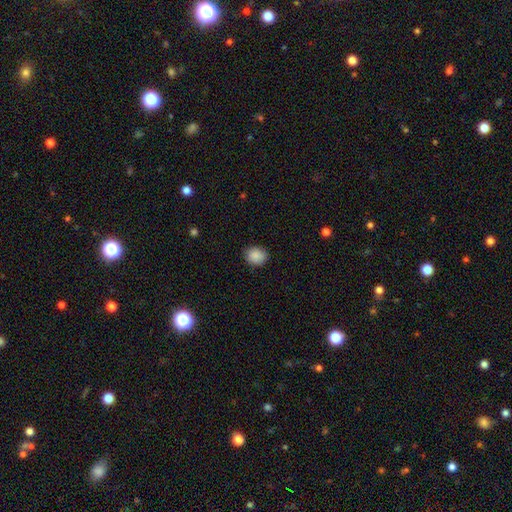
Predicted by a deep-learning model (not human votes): Q: Smooth or featured?
A: smooth (89%); runner-up: star or artifact (8%)
Q: How rounded?
A: round (67%); runner-up: in between (32%)
Q: Merging?
A: none (86%); runner-up: minor disturbance (10%)